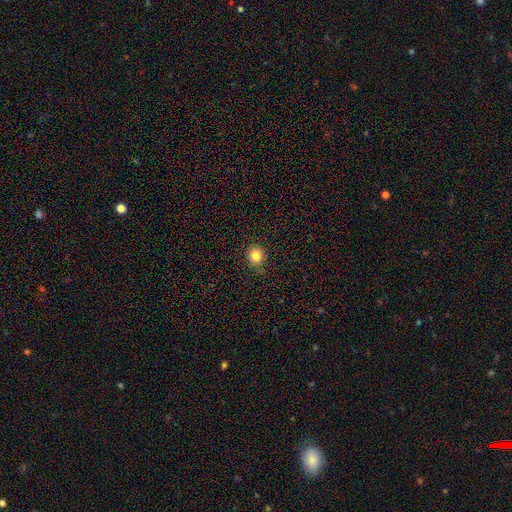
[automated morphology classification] Smooth or featured?
  - smooth: 84% *
  - star or artifact: 11%
  - featured or disk: 5%
How rounded?
  - round: 86% *
  - in between: 13%
  - cigar-shaped: 1%
Merging?
  - none: 88% *
  - minor disturbance: 9%
  - major disturbance: 2%
  - merger: 1%